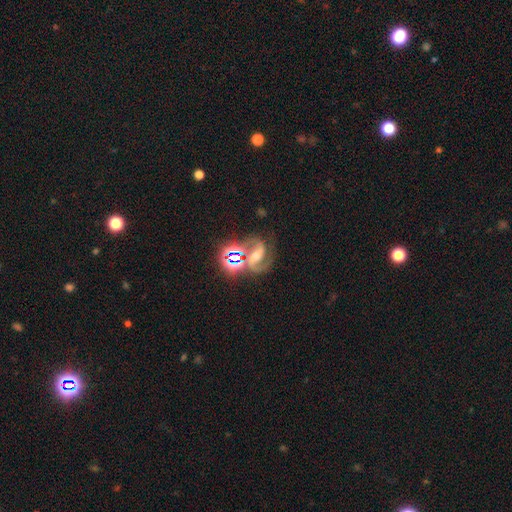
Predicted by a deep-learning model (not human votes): featured or disk 75%, star or artifact 17%, smooth 8%. Down the decision tree: edge-on disk — no (97%); bar — strong (43%); spiral arms — yes (96%); spiral arm count — 2 (89%); spiral winding — medium (58%); bulge size — moderate (62%); merging — none (65%).